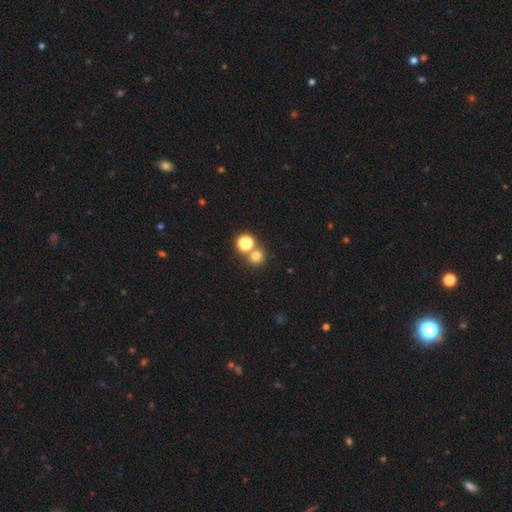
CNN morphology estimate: This appears to be a smooth galaxy with no disk features (74%) that is round (90%). Merging: none (63%).